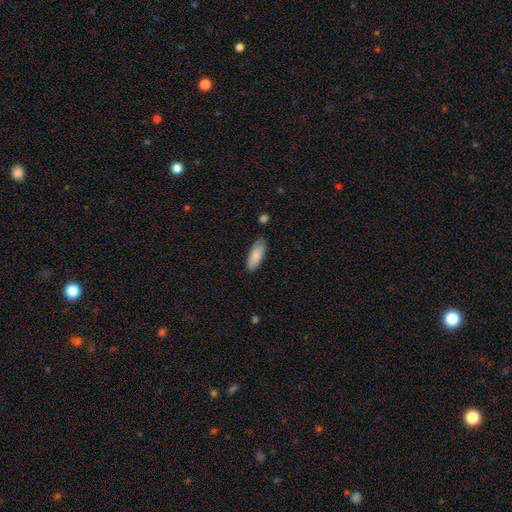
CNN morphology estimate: smooth_or_featured: smooth (p=0.85) [alt: featured or disk p=0.09]
how_rounded: in between (p=0.73) [alt: cigar-shaped p=0.25]
merging: none (p=0.78) [alt: minor disturbance p=0.16]